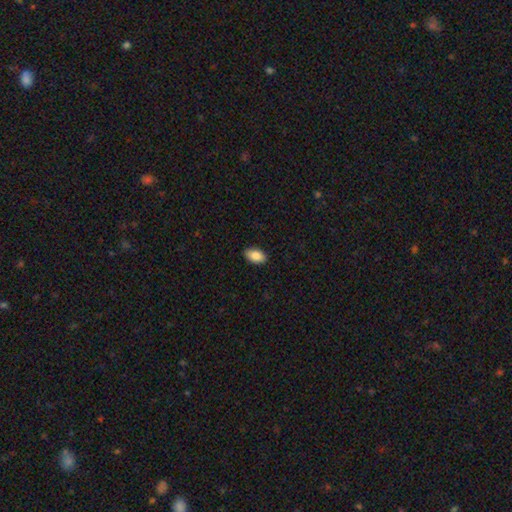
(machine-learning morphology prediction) Smooth or featured?
  - smooth: 86% *
  - star or artifact: 7%
  - featured or disk: 6%
How rounded?
  - in between: 93% *
  - round: 5%
  - cigar-shaped: 2%
Merging?
  - none: 90% *
  - minor disturbance: 8%
  - major disturbance: 2%
  - merger: 1%